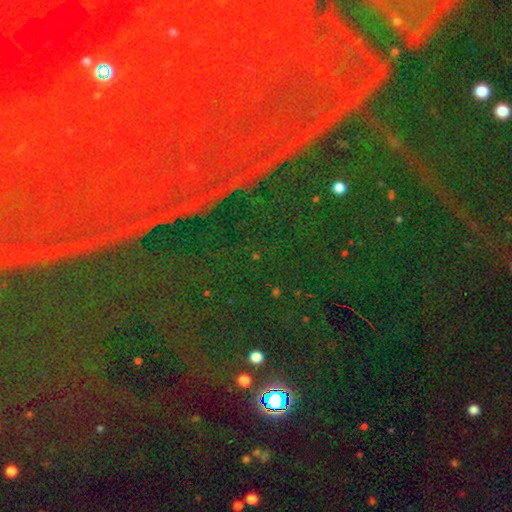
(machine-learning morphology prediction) smooth_or_featured: star or artifact (p=0.74) [alt: smooth p=0.14]